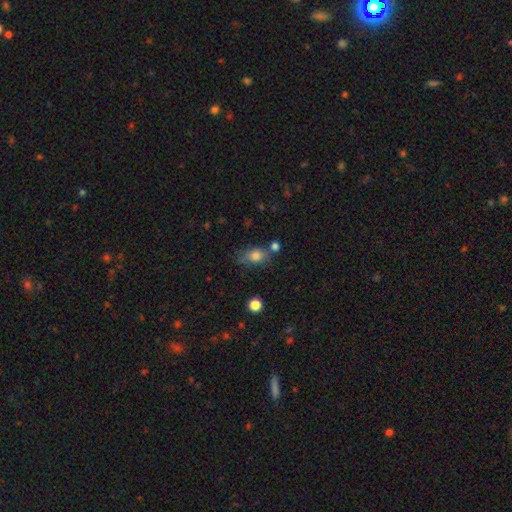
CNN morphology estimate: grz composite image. It shows a smooth galaxy with no disk features (80%) that is in between round and cigar-shaped (72%). Merging: none (59%).